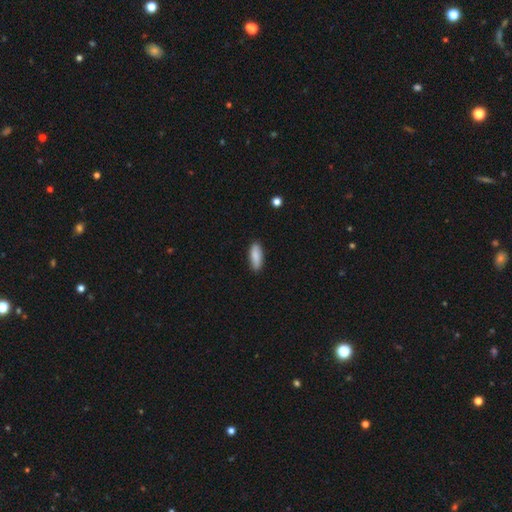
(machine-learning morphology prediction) This appears to be a smooth galaxy with no disk features (87%) that is in between round and cigar-shaped (65%). Merging: none (86%).